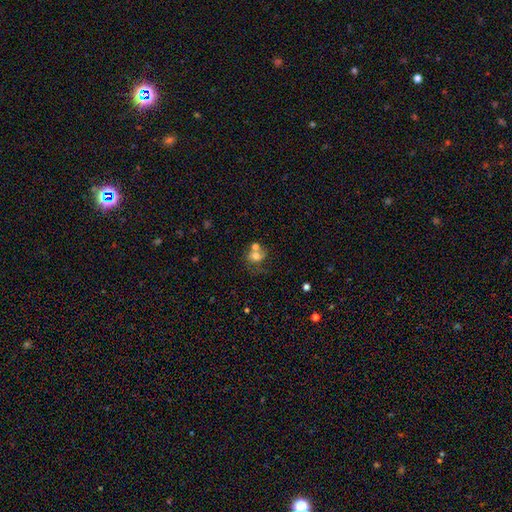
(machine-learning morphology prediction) smooth-or-featured: smooth: 63% | featured or disk: 25% | star or artifact: 12%
  how-rounded: round: 61% | in between: 38% | cigar-shaped: 1%
  merging: merger: 42% | none: 30% | minor disturbance: 15% | major disturbance: 13%